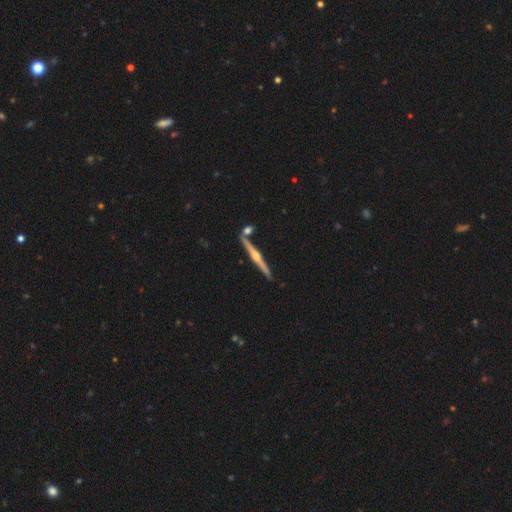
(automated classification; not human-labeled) Smooth or featured? featured or disk (81%)
Edge-on disk? yes (98%)
Edge-on bulge? rounded (92%)
Merging? none (85%)